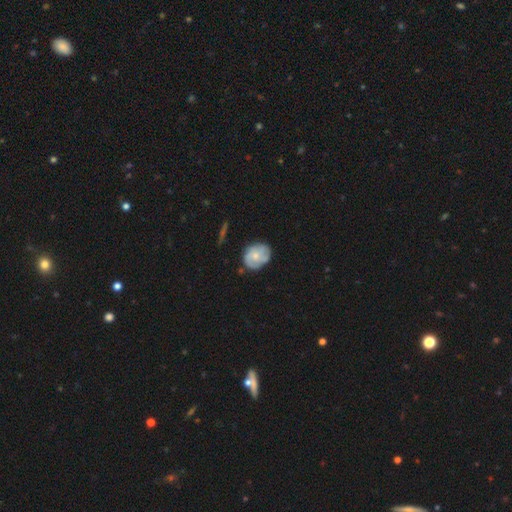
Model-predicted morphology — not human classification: type=featured or disk (51%); edge-on=no (97%); merging=none (69%).